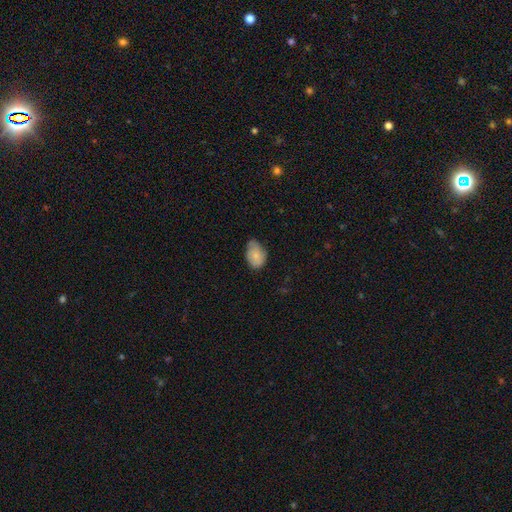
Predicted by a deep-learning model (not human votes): Q: Smooth or featured?
A: smooth (76%); runner-up: featured or disk (17%)
Q: How rounded?
A: in between (83%); runner-up: round (15%)
Q: Merging?
A: none (52%); runner-up: minor disturbance (39%)